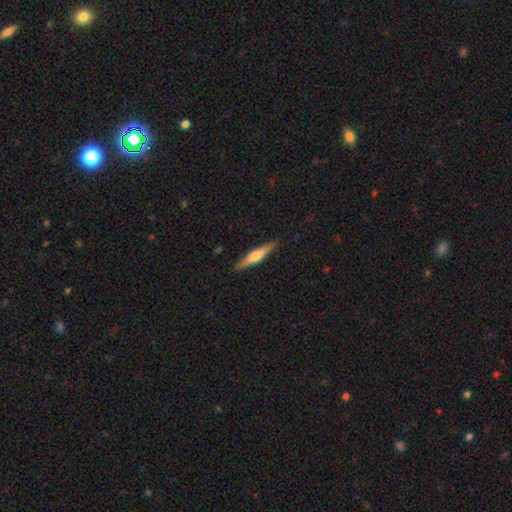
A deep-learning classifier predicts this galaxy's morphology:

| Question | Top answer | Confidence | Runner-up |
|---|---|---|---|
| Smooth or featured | featured or disk | 54% | smooth (41%) |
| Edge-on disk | yes | 96% | no (4%) |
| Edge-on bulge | rounded | 83% | none (8%) |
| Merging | none | 90% | minor disturbance (8%) |